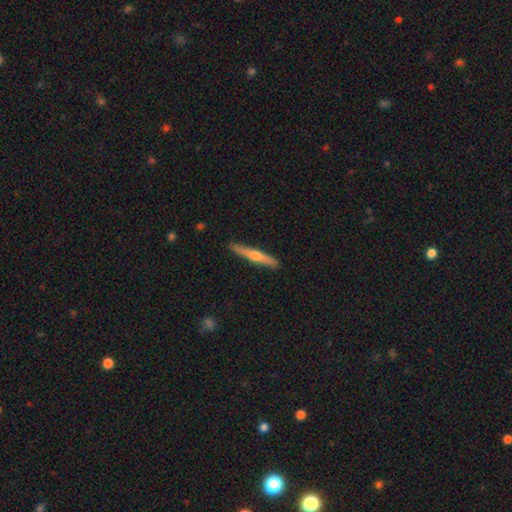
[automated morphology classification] Overall: featured or disk (58%; smooth 36%). Edge-on disk: yes (97%). Edge-on bulge: rounded (85%). Merging: none (91%).